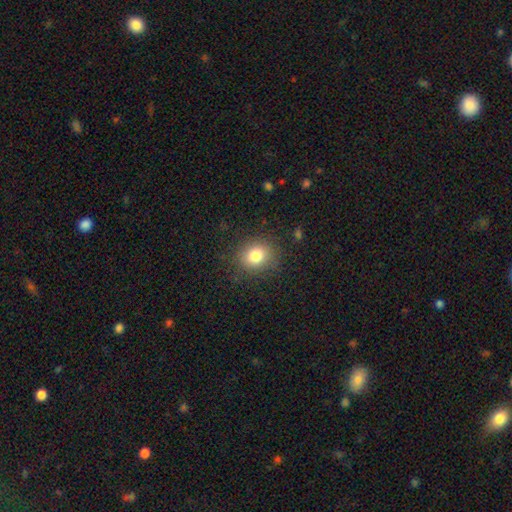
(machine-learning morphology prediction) This appears to be a smooth galaxy with no disk features (81%) that is round (66%). Merging: none (85%).